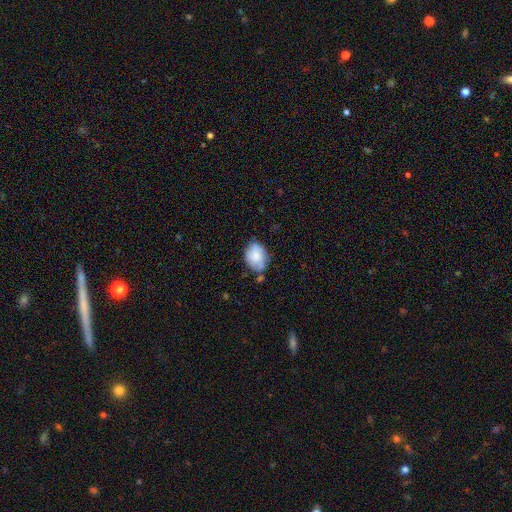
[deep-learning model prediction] smooth-or-featured: smooth: 66% | featured or disk: 25% | star or artifact: 8%
  how-rounded: in between: 70% | round: 29% | cigar-shaped: 1%
  merging: none: 54% | minor disturbance: 30% | merger: 8% | major disturbance: 8%